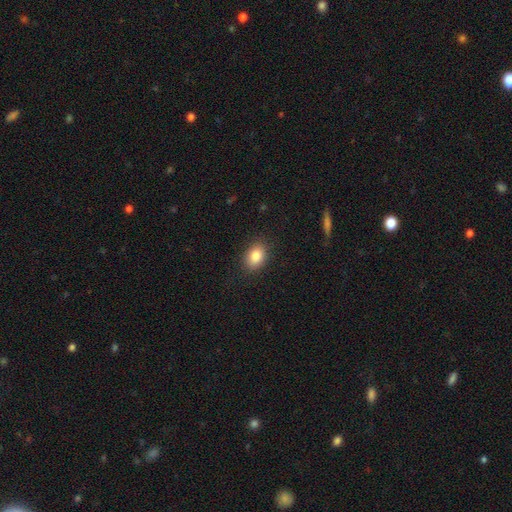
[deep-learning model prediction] smooth_or_featured: smooth (p=0.84) [alt: star or artifact p=0.09]
how_rounded: in between (p=0.73) [alt: round p=0.25]
merging: none (p=0.87) [alt: minor disturbance p=0.10]